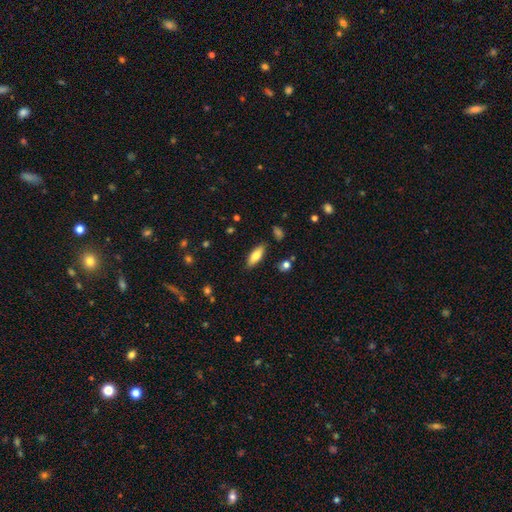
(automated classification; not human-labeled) smooth 77%, featured or disk 16%, star or artifact 7%. Down the decision tree: how rounded — in between (70%); merging — none (85%).